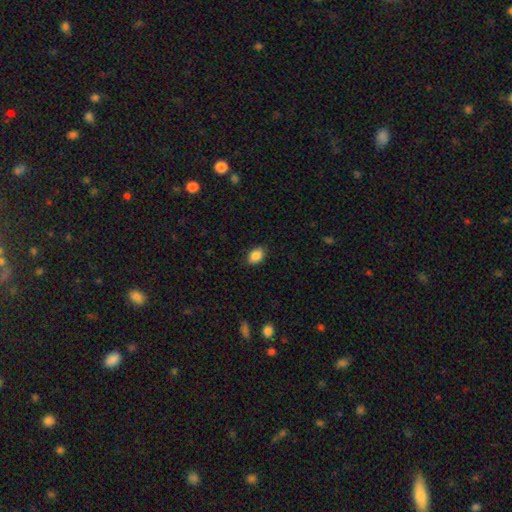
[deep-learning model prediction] This is clearly a smooth galaxy (88%). How rounded: clearly in between (83%). Merging: clearly none (86%).